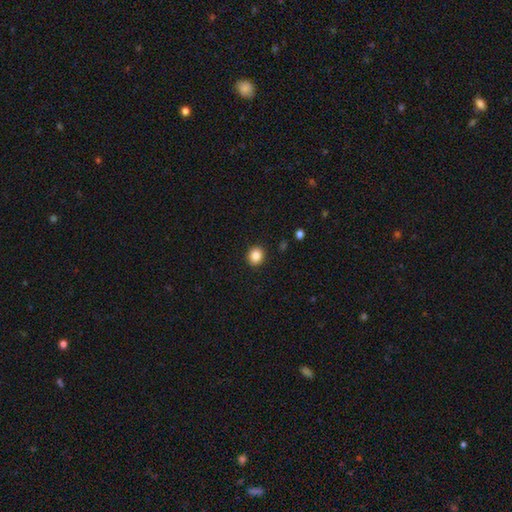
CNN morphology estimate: smooth_or_featured: smooth (p=0.86) [alt: star or artifact p=0.10]
how_rounded: round (p=0.84) [alt: in between p=0.15]
merging: none (p=0.91) [alt: minor disturbance p=0.06]